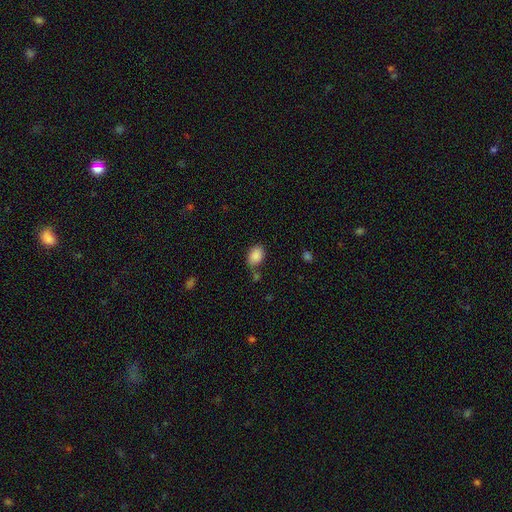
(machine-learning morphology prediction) Smooth or featured? smooth (88%)
How rounded? in between (81%)
Merging? none (68%)